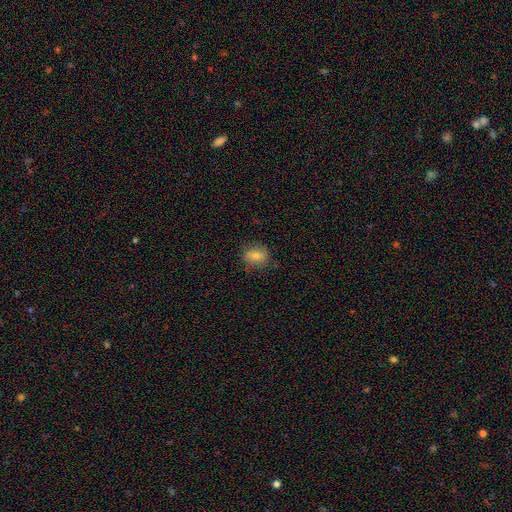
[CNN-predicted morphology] smooth_or_featured: smooth (p=0.67) [alt: featured or disk p=0.20]
how_rounded: round (p=0.57) [alt: in between p=0.41]
merging: none (p=0.82) [alt: minor disturbance p=0.13]